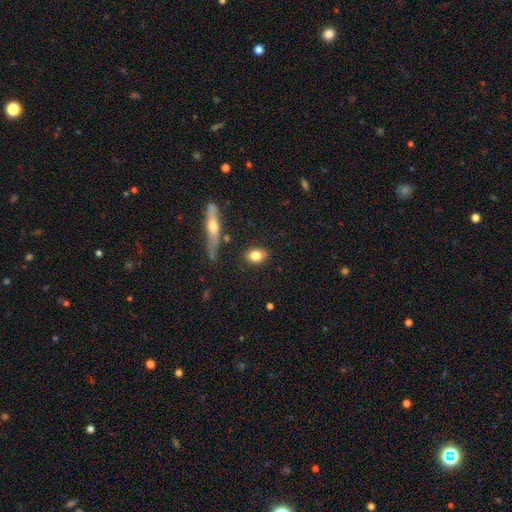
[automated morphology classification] A smooth galaxy with no disk features (80%) that is in between round and cigar-shaped (67%).

Vote fractions:
- Smooth or featured? smooth: 80% / featured or disk: 12% / star or artifact: 8%
- How rounded? in between: 67% / round: 30% / cigar-shaped: 4%
- Merging? none: 84% / minor disturbance: 10% / merger: 3% / major disturbance: 3%